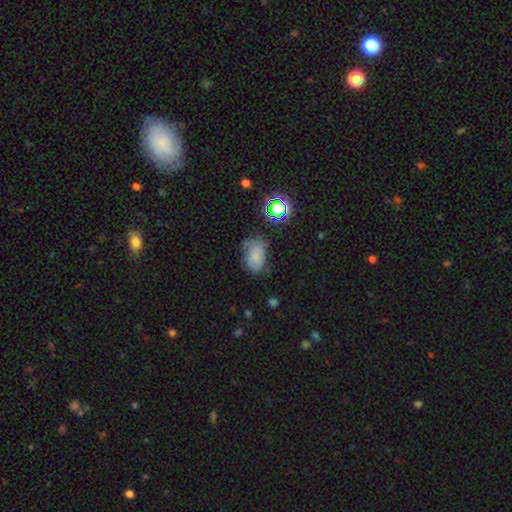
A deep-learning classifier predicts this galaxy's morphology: Smooth or featured: smooth — 69% (star or artifact — 18%)
How rounded: in between — 82% (round — 17%)
Merging: none — 48% (minor disturbance — 33%)